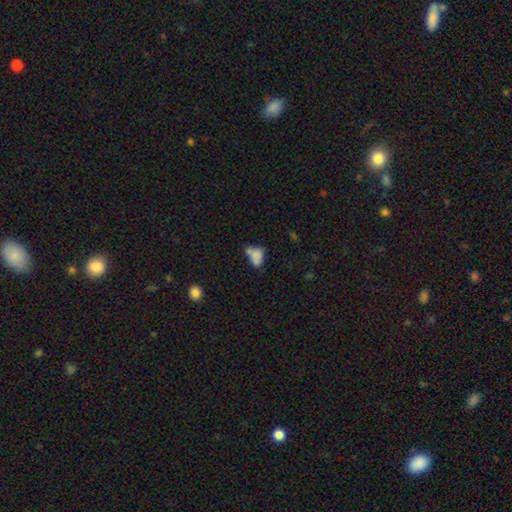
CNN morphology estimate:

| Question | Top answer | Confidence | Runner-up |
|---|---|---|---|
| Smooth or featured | smooth | 71% | featured or disk (18%) |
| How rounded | in between | 75% | round (23%) |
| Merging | merger | 43% | none (28%) |